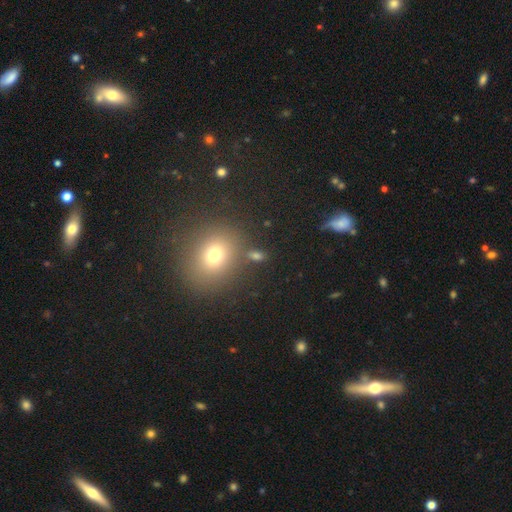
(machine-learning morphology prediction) A smooth galaxy with no disk features (64%) that is round (51%).

Vote fractions:
- Smooth or featured? smooth: 64% / star or artifact: 24% / featured or disk: 11%
- How rounded? round: 51% / in between: 44% / cigar-shaped: 4%
- Merging? none: 77% / minor disturbance: 10% / merger: 9% / major disturbance: 4%